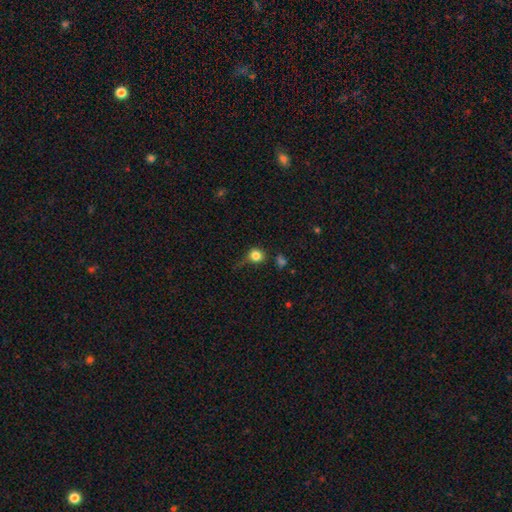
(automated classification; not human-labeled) A smooth galaxy with no disk features (82%) that is round (87%).

Vote fractions:
- Smooth or featured? smooth: 82% / star or artifact: 12% / featured or disk: 7%
- How rounded? round: 87% / in between: 12% / cigar-shaped: 1%
- Merging? none: 57% / minor disturbance: 25% / major disturbance: 12% / merger: 6%